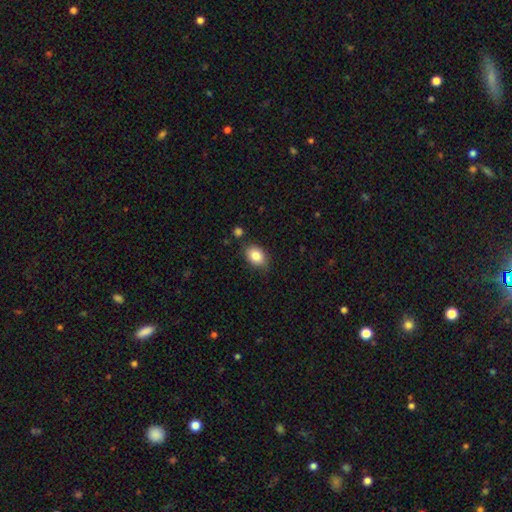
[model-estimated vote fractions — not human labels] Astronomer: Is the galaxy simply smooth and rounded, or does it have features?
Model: smooth — 85%.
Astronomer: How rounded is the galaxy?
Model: in between — 80%.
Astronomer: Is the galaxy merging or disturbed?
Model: none — 78%.